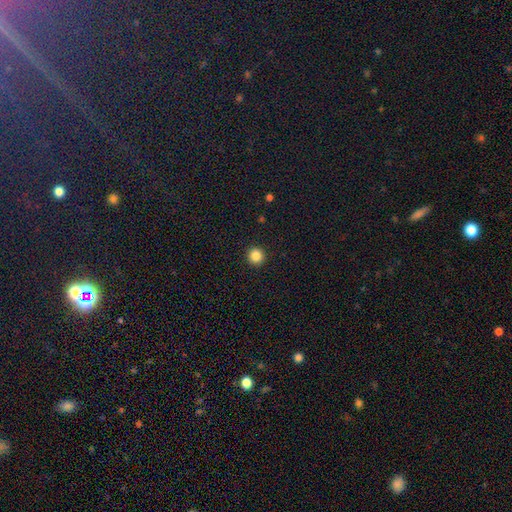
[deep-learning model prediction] This appears to be a smooth galaxy with no disk features (85%) that is round (95%). Merging: none (93%).